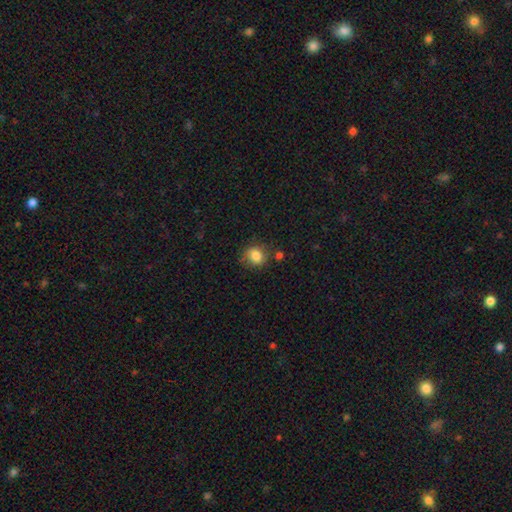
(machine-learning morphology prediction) A smooth galaxy with no disk features (82%) that is round (75%).

Vote fractions:
- Smooth or featured? smooth: 82% / star or artifact: 10% / featured or disk: 8%
- How rounded? round: 75% / in between: 24% / cigar-shaped: 1%
- Merging? none: 71% / minor disturbance: 19% / major disturbance: 5% / merger: 5%